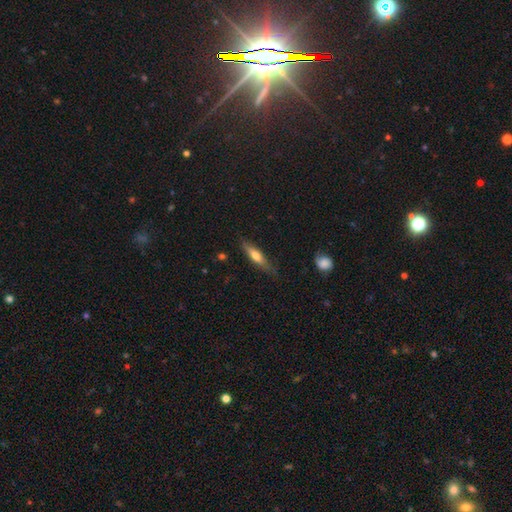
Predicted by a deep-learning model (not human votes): Smooth or featured?
  - smooth: 49% *
  - featured or disk: 44%
  - star or artifact: 6%
Merging?
  - none: 77% *
  - minor disturbance: 18%
  - major disturbance: 4%
  - merger: 2%